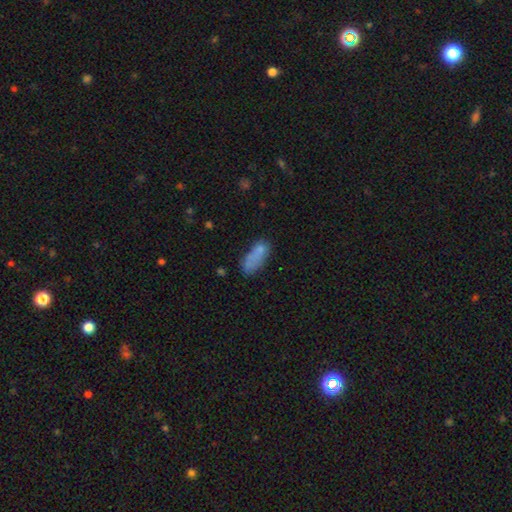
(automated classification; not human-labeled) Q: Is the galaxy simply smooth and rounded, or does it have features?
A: smooth — 74%.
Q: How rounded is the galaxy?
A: in between — 71%.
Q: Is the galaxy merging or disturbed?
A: none — 44%.